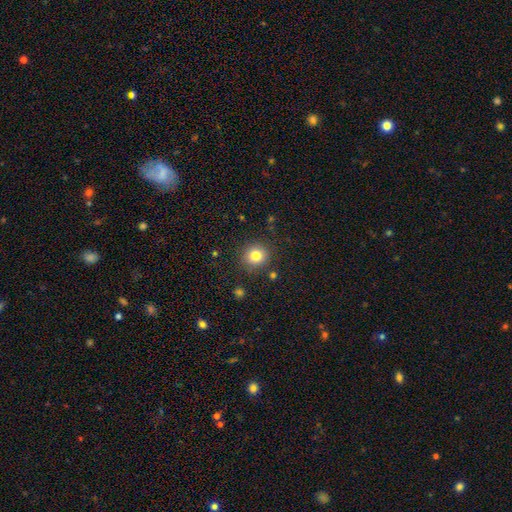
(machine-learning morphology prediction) A smooth galaxy with no disk features (81%) that is round (88%). Merging: none (87%).